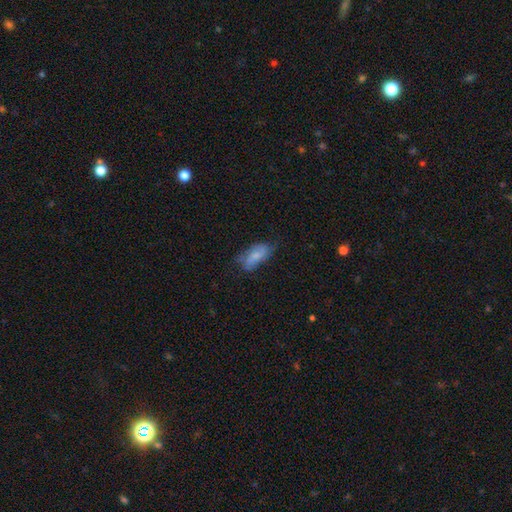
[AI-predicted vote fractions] A smooth galaxy with no disk features (67%) that is in between round and cigar-shaped (87%). Merging: none (56%).